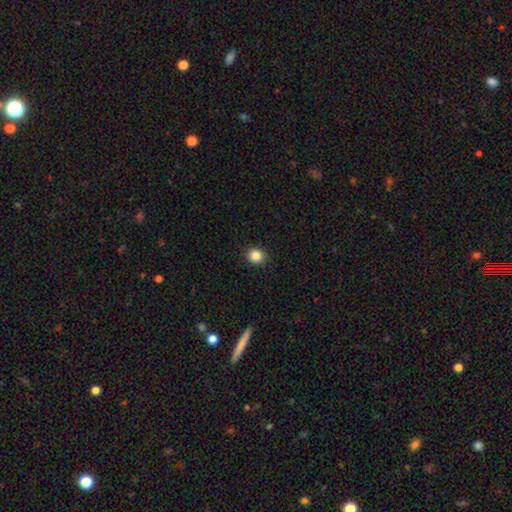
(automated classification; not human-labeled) smooth_or_featured: smooth (p=0.86) [alt: star or artifact p=0.10]
how_rounded: round (p=0.81) [alt: in between p=0.18]
merging: none (p=0.92) [alt: minor disturbance p=0.06]